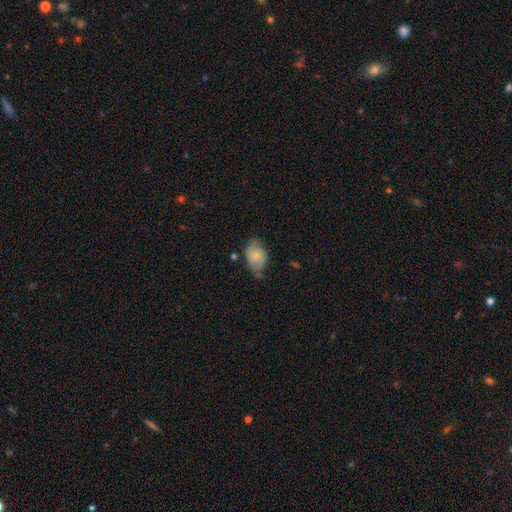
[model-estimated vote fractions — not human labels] Morphology: type=smooth (66%); roundness=in between (77%); merging=none (54%).